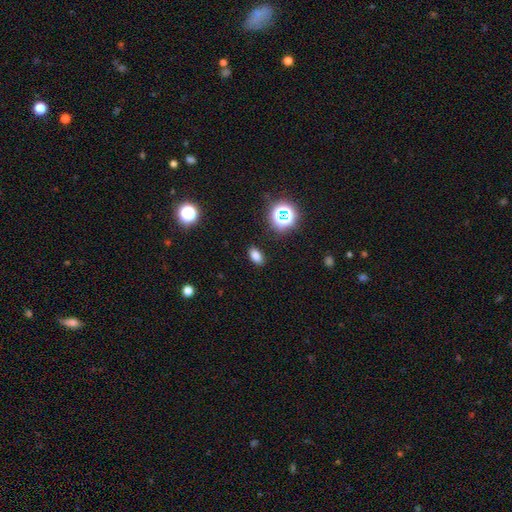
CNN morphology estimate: The model was most divided on "smooth or featured": smooth: 77%, star or artifact: 17%, featured or disk: 6%. More confident: merging — none (88%); how rounded — in between (86%).